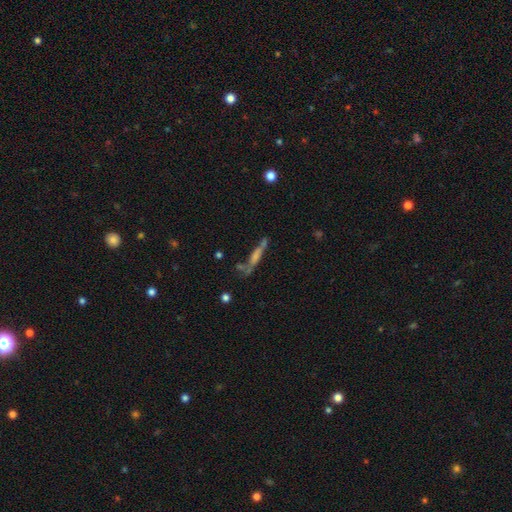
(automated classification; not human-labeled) Smooth or featured: featured or disk — 53% (smooth — 32%)
Edge-on disk: yes — 79% (no — 21%)
Merging: none — 57% (minor disturbance — 19%)